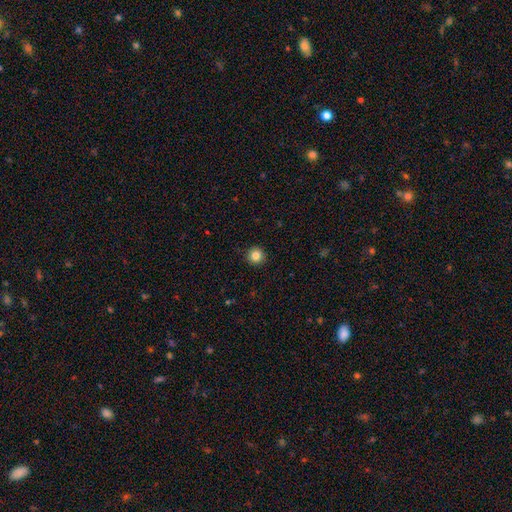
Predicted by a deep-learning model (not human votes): Smooth or featured? Predicted: smooth (p=0.84). How rounded? Predicted: round (p=0.95). Merging? Predicted: none (p=0.92).